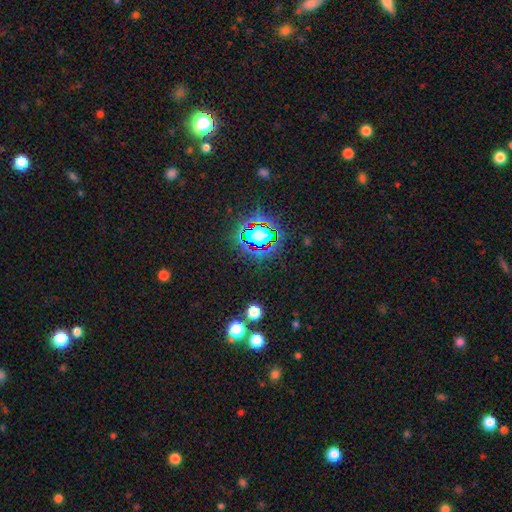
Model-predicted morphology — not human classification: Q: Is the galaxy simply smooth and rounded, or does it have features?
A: star or artifact — 81%.